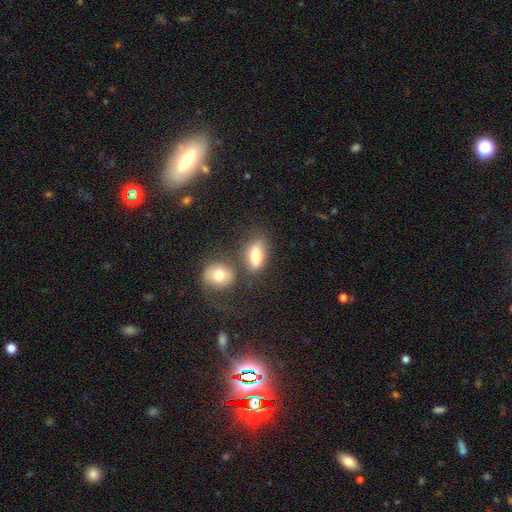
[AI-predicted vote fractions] Smooth or featured? Predicted: smooth (p=0.74). How rounded? Predicted: in between (p=0.81). Merging? Predicted: none (p=0.55).